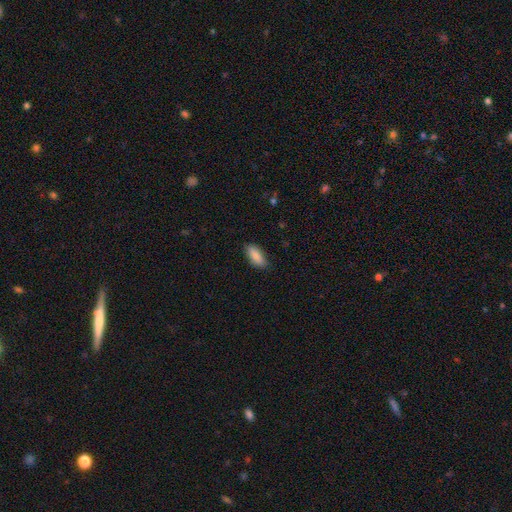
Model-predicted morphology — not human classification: This appears to be a smooth galaxy with no disk features (86%) that is in between round and cigar-shaped (79%). Merging: none (84%).